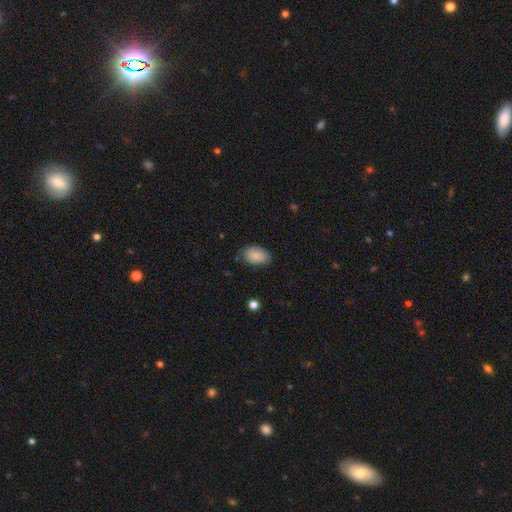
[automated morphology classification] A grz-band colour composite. It shows a smooth galaxy with no disk features (88%) that is in between round and cigar-shaped (91%). Merging: none (78%).